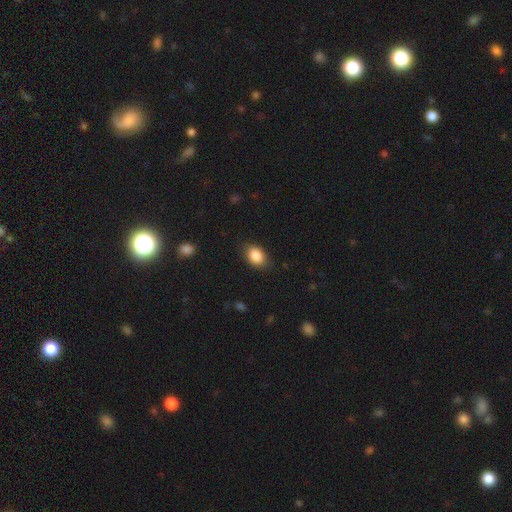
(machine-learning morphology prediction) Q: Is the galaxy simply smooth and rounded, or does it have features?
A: smooth — 87%.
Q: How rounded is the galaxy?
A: in between — 79%.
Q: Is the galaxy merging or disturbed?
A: none — 81%.